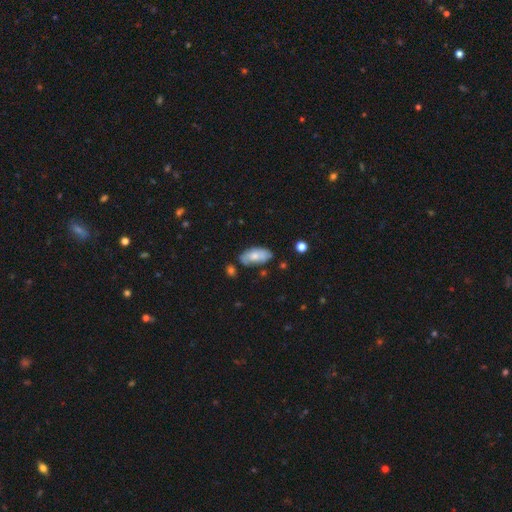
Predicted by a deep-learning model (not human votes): smooth-or-featured: smooth: 68% | featured or disk: 26% | star or artifact: 7%
  how-rounded: in between: 92% | cigar-shaped: 5% | round: 3%
  merging: none: 64% | minor disturbance: 25% | merger: 6% | major disturbance: 5%